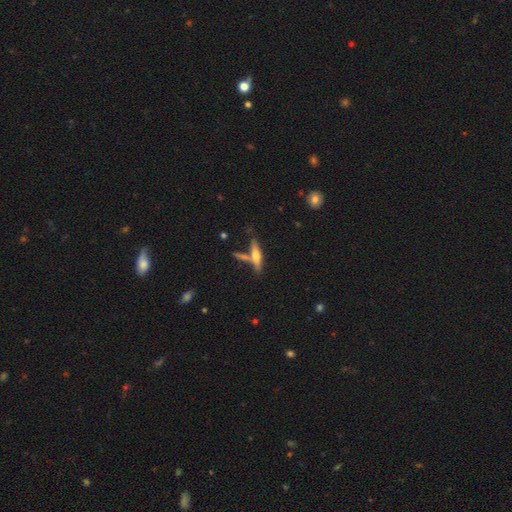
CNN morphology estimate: Smooth or featured?
  - featured or disk: 48% *
  - smooth: 44%
  - star or artifact: 8%
Merging?
  - none: 61% *
  - merger: 21%
  - minor disturbance: 14%
  - major disturbance: 5%